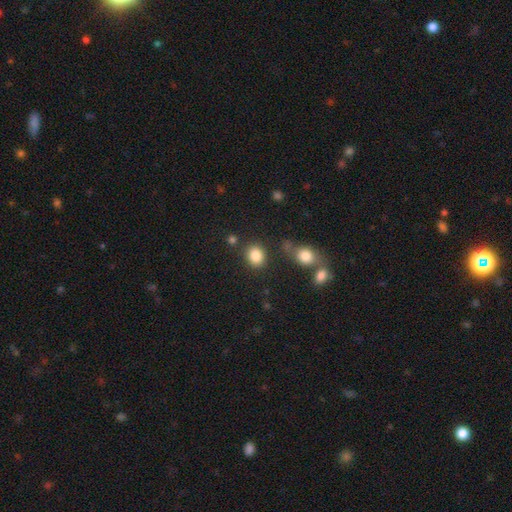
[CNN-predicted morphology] smooth 85%, star or artifact 9%, featured or disk 5%. Down the decision tree: how rounded — round (63%); merging — none (79%).